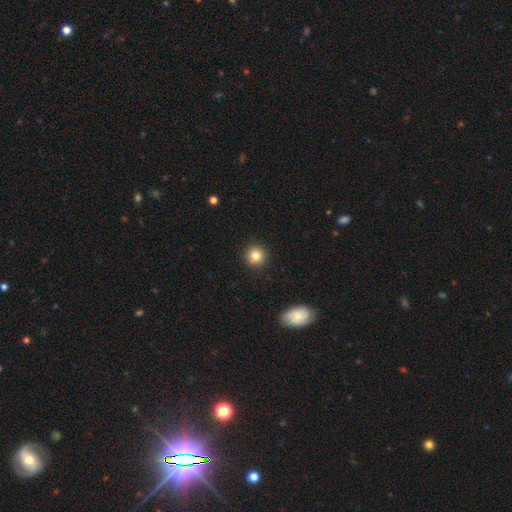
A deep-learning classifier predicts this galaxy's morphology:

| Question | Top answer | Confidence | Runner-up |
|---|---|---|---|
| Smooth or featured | smooth | 83% | star or artifact (10%) |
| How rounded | round | 92% | in between (7%) |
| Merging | none | 91% | minor disturbance (6%) |